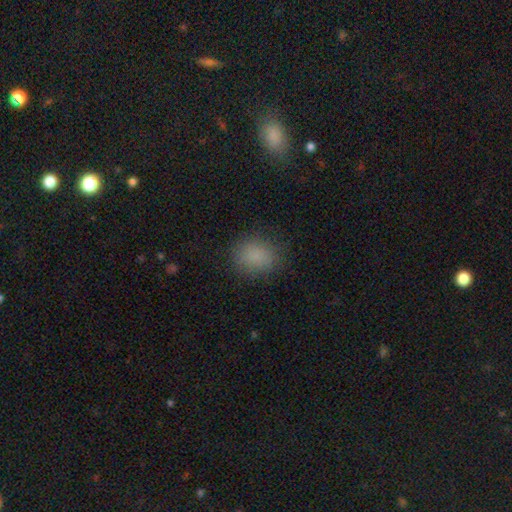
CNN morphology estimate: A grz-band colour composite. It shows a smooth galaxy with no disk features (84%) that is round (56%). Merging: none (83%).